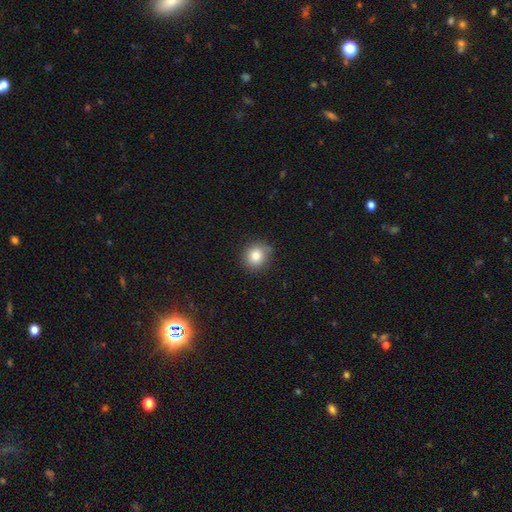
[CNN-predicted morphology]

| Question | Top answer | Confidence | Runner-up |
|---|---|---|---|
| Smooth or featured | smooth | 82% | star or artifact (10%) |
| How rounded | round | 81% | in between (18%) |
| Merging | none | 82% | minor disturbance (14%) |